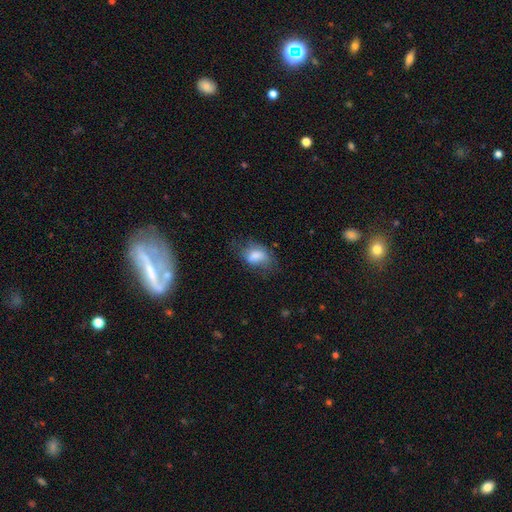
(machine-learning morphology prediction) Smooth or featured? smooth (74%)
How rounded? in between (83%)
Merging? none (49%)